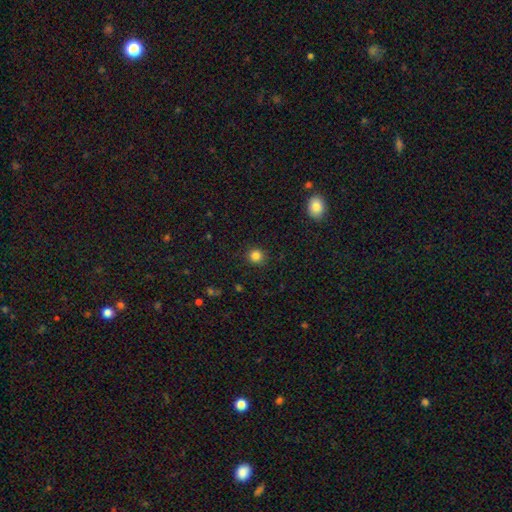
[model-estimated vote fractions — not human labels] The model was most divided on "smooth or featured": smooth: 83%, star or artifact: 13%, featured or disk: 4%. More confident: how rounded — round (90%); merging — none (90%).